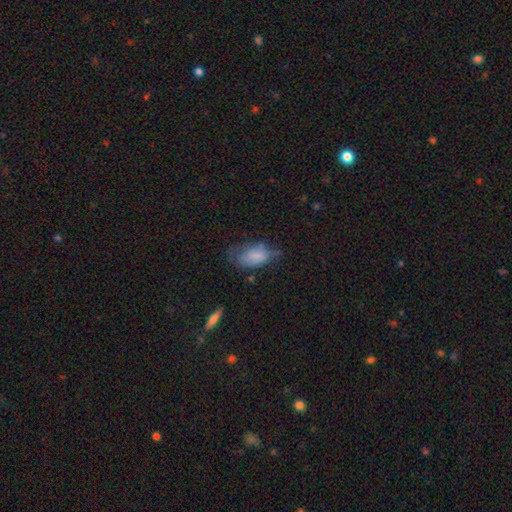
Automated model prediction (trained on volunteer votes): The model was most divided on "merging": minor disturbance: 38%, none: 37%, major disturbance: 23%, merger: 3%. More confident: how rounded — in between (92%); smooth or featured — smooth (70%).